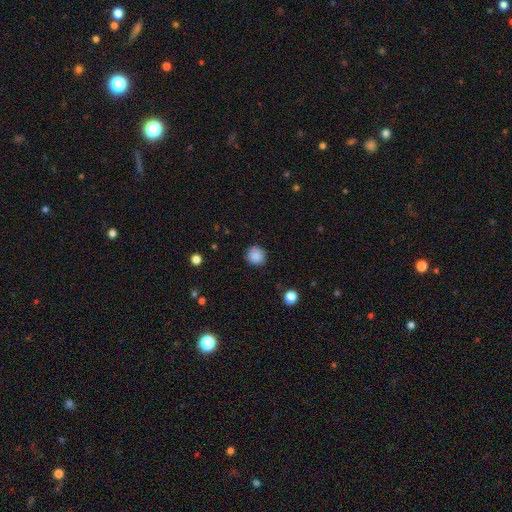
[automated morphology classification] This is clearly a smooth galaxy (87%). How rounded: clearly round (91%). Merging: clearly none (87%).